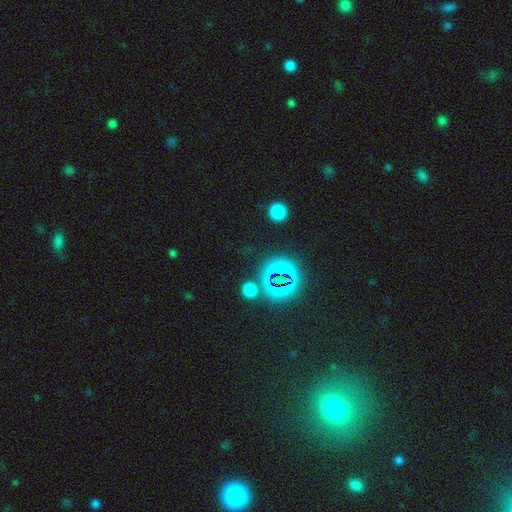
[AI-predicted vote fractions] Smooth or featured? Predicted: star or artifact (p=0.75).